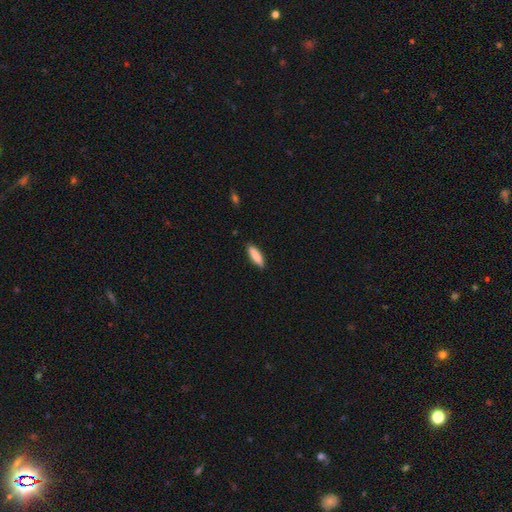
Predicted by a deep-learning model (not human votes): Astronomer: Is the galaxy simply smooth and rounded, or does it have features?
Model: smooth — 84%.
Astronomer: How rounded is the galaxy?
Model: cigar-shaped — 61% (runner-up: in between, 37%).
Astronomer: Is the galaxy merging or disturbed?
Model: none — 88%.